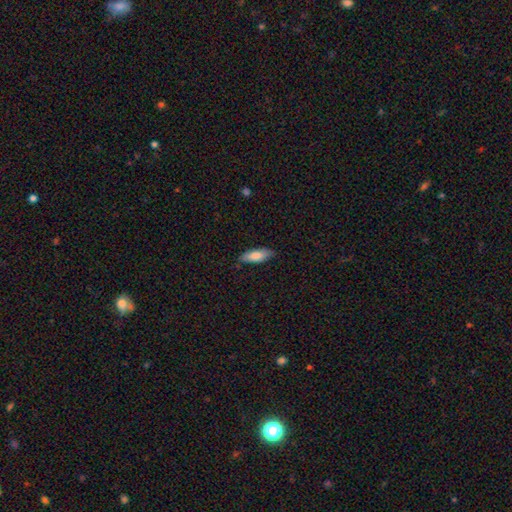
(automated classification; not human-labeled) This is likely a smooth galaxy (78%). How rounded: likely in between (68%). Merging: likely none (79%).